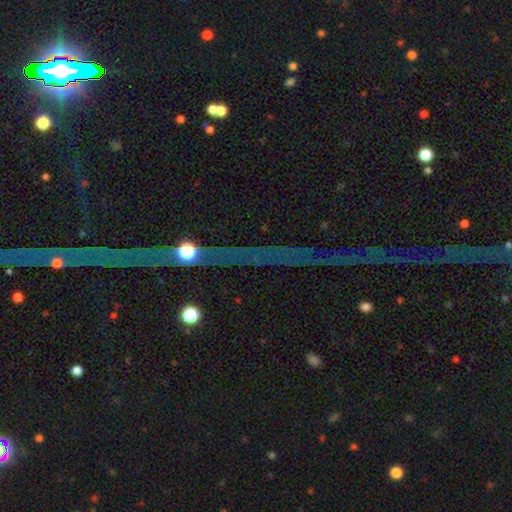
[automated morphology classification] This appears to be a star or artifact, not a galaxy (79%).